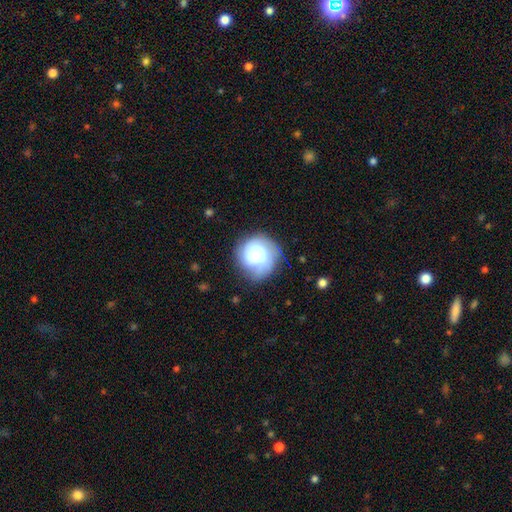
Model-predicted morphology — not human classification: Smooth or featured? Predicted: smooth (p=0.56). How rounded? Predicted: round (p=0.89). Merging? Predicted: none (p=0.68).